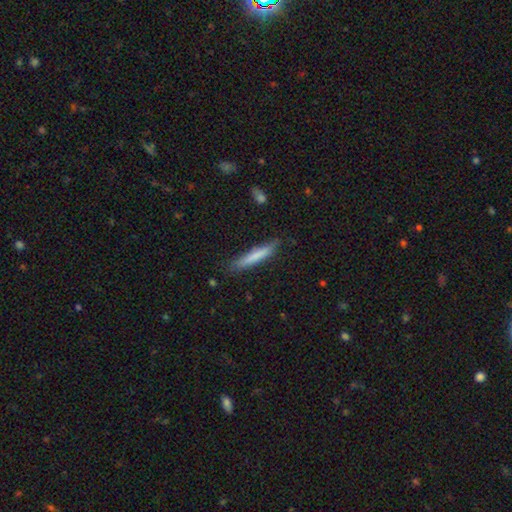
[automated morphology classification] A smooth galaxy with no disk features (71%) that is cigar-shaped (94%).

Vote fractions:
- Smooth or featured? smooth: 71% / featured or disk: 23% / star or artifact: 6%
- How rounded? cigar-shaped: 94% / in between: 5% / round: 1%
- Merging? none: 81% / minor disturbance: 14% / major disturbance: 3% / merger: 2%